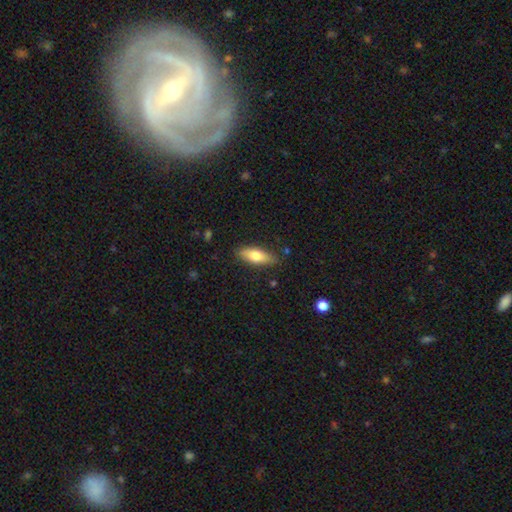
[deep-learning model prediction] This appears to be a smooth galaxy with no disk features (70%) that is in between round and cigar-shaped (63%). Merging: none (83%).